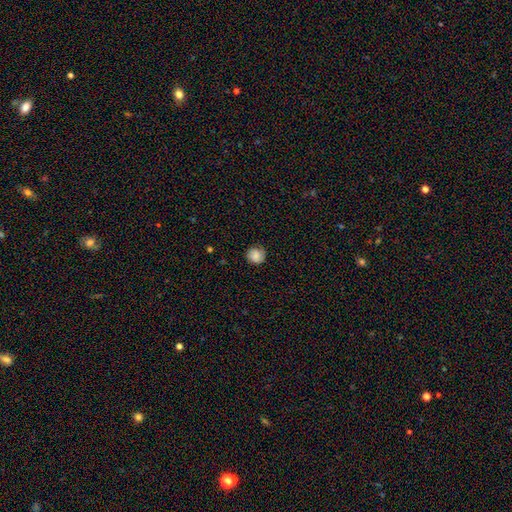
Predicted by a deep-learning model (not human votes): Morphology: type=smooth (71%); roundness=round (87%); merging=none (82%).